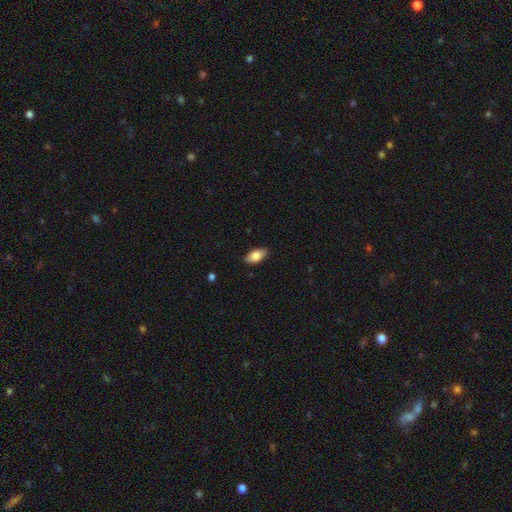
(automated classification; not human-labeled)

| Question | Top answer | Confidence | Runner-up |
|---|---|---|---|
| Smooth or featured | smooth | 82% | featured or disk (11%) |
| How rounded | in between | 92% | cigar-shaped (5%) |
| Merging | none | 87% | minor disturbance (10%) |